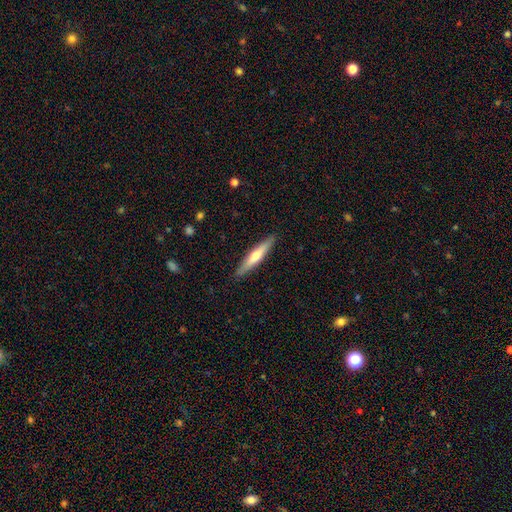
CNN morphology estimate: type=smooth (50%); merging=none (90%).